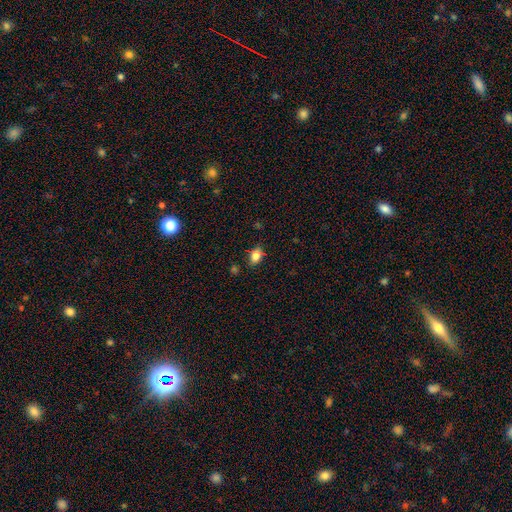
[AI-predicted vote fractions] This is clearly a smooth galaxy (82%). How rounded: clearly in between (83%). Merging: likely none (78%).